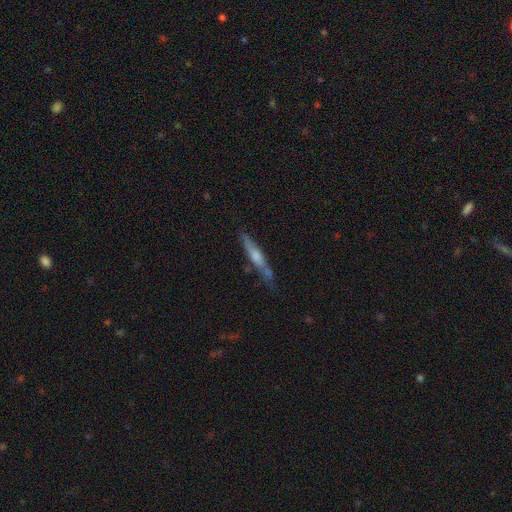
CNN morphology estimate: Smooth or featured? featured or disk (69%)
Edge-on disk? yes (94%)
Edge-on bulge? rounded (77%)
Merging? none (79%)